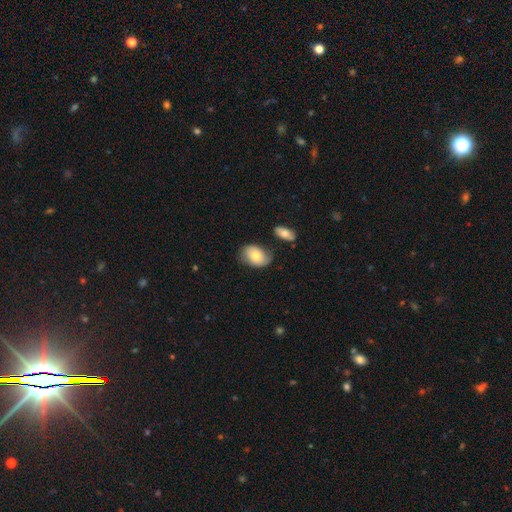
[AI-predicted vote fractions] This appears to be a smooth galaxy with no disk features (73%) that is in between round and cigar-shaped (85%). Merging: none (61%).